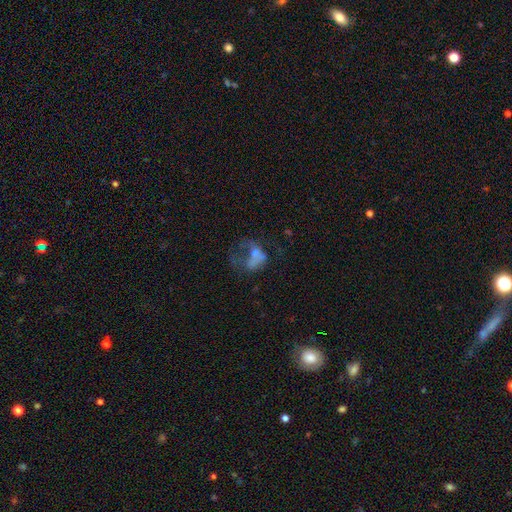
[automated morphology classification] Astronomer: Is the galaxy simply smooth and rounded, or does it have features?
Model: smooth — 43% (runner-up: featured or disk, 42%).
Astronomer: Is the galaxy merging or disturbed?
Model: major disturbance — 49%.